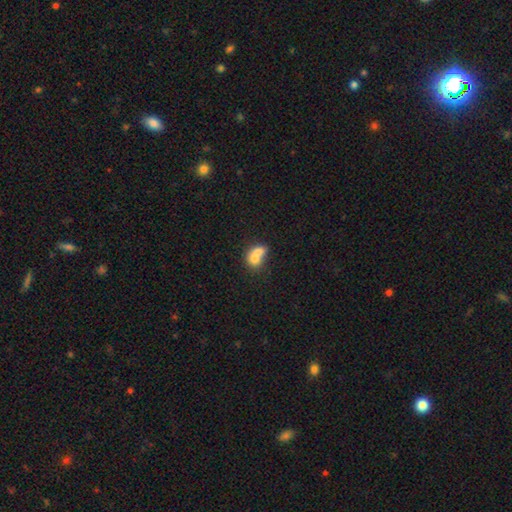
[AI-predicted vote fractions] Smooth or featured? smooth (70%)
How rounded? in between (55%)
Merging? merger (71%)